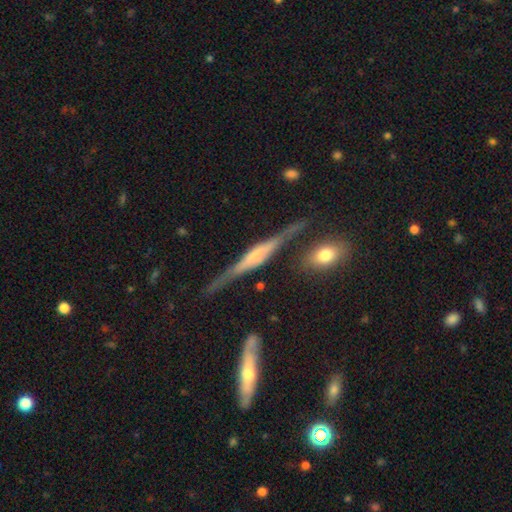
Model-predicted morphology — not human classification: A featured or disk galaxy (81%) viewed edge-on (97%) with a rounded central bulge (48%).

Vote fractions:
- Smooth or featured? featured or disk: 81% / smooth: 12% / star or artifact: 6%
- Edge-on disk? yes: 97% / no: 3%
- Edge-on bulge? rounded: 48% / boxy: 39% / none: 12%
- Merging? none: 78% / minor disturbance: 14% / major disturbance: 4% / merger: 4%